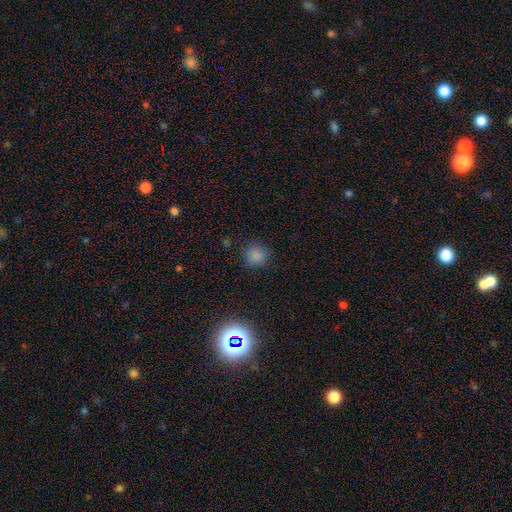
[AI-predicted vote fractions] Morphology: type=smooth (80%); roundness=round (90%); merging=none (86%).